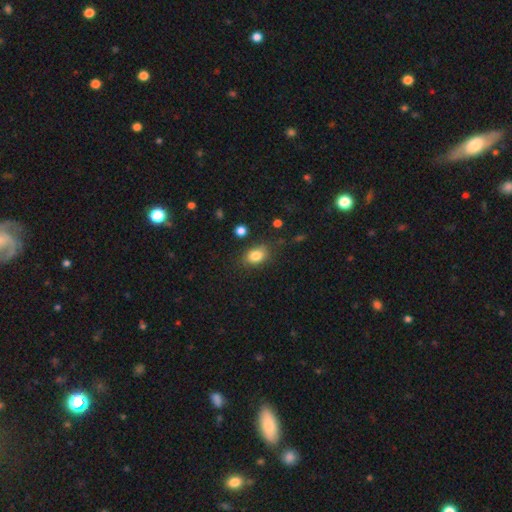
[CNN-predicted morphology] This is clearly a smooth galaxy (83%). How rounded: likely in between (77%). Merging: likely none (77%).